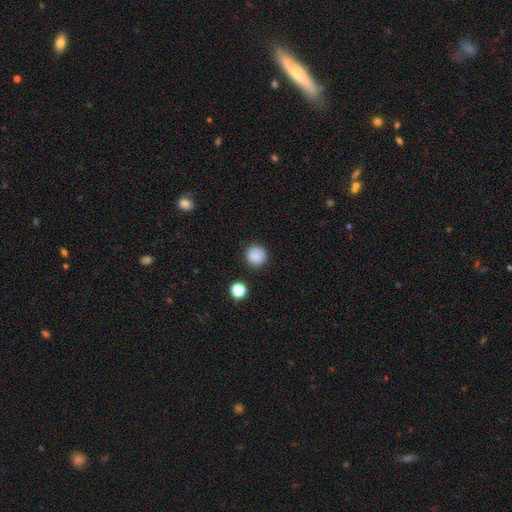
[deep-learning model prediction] The model was most divided on "smooth or featured": smooth: 84%, star or artifact: 11%, featured or disk: 5%. More confident: how rounded — round (93%); merging — none (86%).